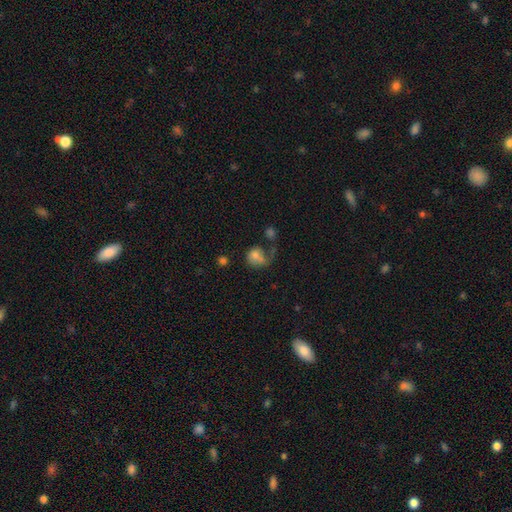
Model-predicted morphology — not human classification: Smooth or featured: smooth — 64% (featured or disk — 25%)
How rounded: round — 65% (in between — 34%)
Merging: major disturbance — 35% (none — 29%)